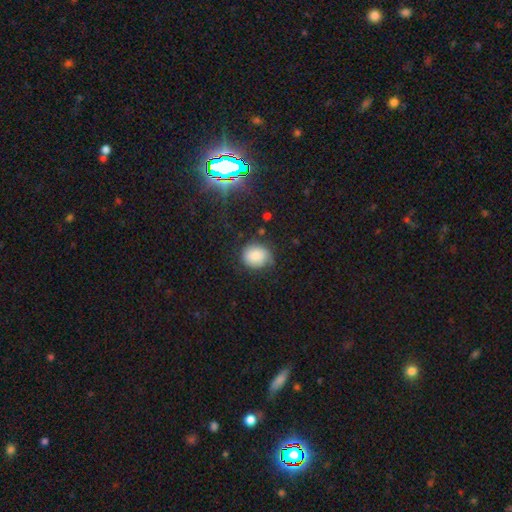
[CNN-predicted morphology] This appears to be a smooth galaxy with no disk features (77%) that is round (74%). Merging: none (63%).